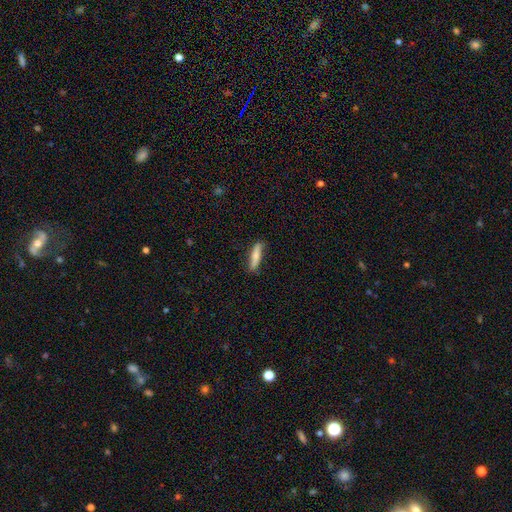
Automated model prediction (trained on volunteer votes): A smooth galaxy with no disk features (69%) that is cigar-shaped (82%). Merging: none (82%).